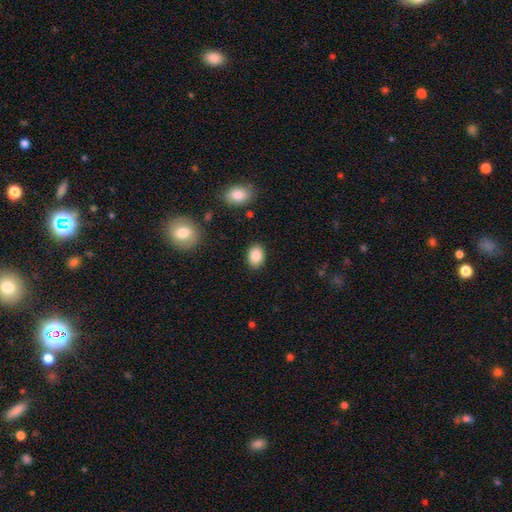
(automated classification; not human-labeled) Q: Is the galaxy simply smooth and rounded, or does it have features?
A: smooth — 87%.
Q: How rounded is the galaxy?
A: in between — 76%.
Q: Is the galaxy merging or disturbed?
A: none — 87%.